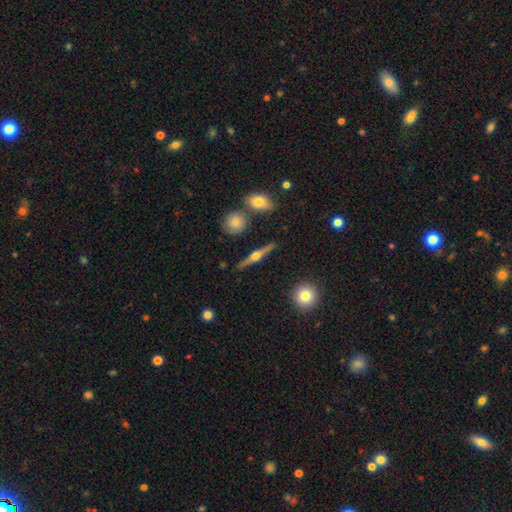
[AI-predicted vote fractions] The model was most divided on "smooth or featured": featured or disk: 78%, smooth: 16%, star or artifact: 6%. More confident: edge-on disk — yes (97%); edge-on bulge — rounded (94%); merging — none (88%).